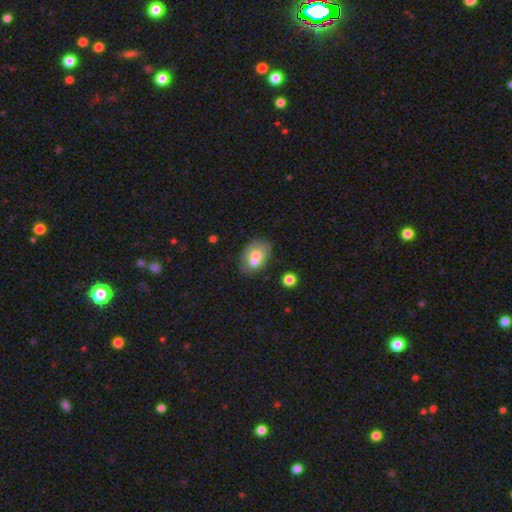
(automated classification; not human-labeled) smooth-or-featured: smooth: 59% | featured or disk: 33% | star or artifact: 8%
  how-rounded: in between: 78% | round: 21% | cigar-shaped: 1%
  merging: merger: 38% (tied) | none: 38% (tied) | minor disturbance: 17% | major disturbance: 7%